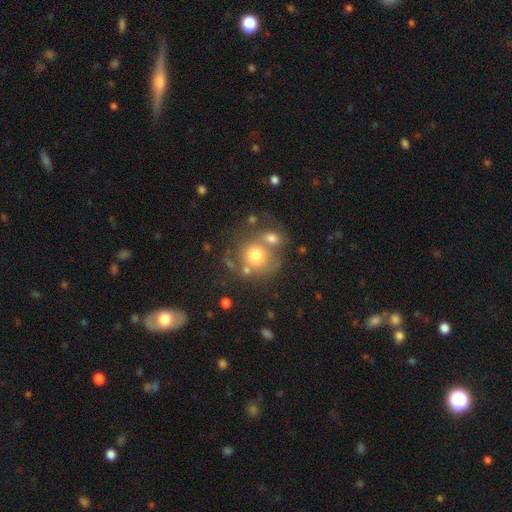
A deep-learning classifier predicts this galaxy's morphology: A smooth galaxy with no disk features (69%) that is round (79%).

Vote fractions:
- Smooth or featured? smooth: 69% / featured or disk: 20% / star or artifact: 11%
- How rounded? round: 79% / in between: 20% / cigar-shaped: 1%
- Merging? none: 44% / merger: 34% / minor disturbance: 13% / major disturbance: 9%